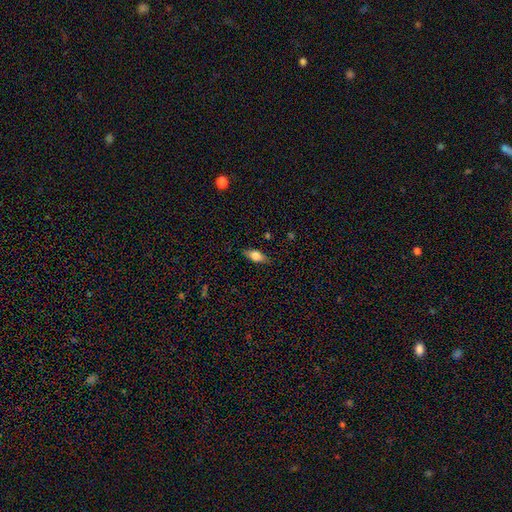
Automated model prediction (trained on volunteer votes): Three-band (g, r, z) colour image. It shows a smooth galaxy with no disk features (65%) that is in between round and cigar-shaped (78%). Merging: none (81%).